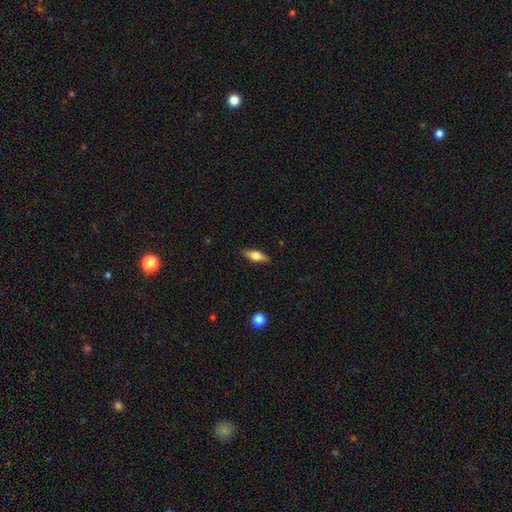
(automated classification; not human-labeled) smooth 48%, featured or disk 45%, star or artifact 7%. Down the decision tree: merging — none (88%).